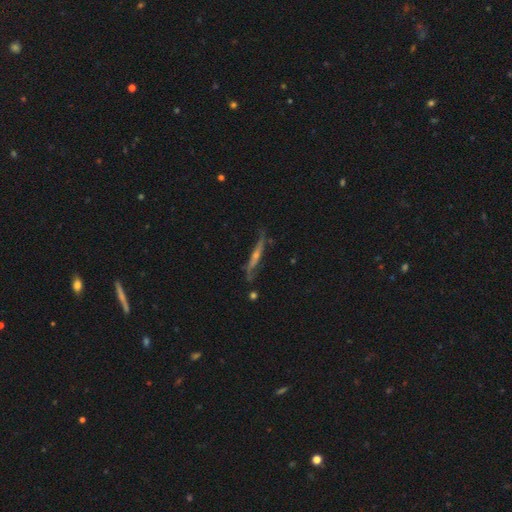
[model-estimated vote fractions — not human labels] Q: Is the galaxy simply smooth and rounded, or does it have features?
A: featured or disk — 73%.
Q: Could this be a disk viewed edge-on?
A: yes — 89%.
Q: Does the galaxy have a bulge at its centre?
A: rounded — 69%.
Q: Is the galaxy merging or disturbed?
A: none — 72%.